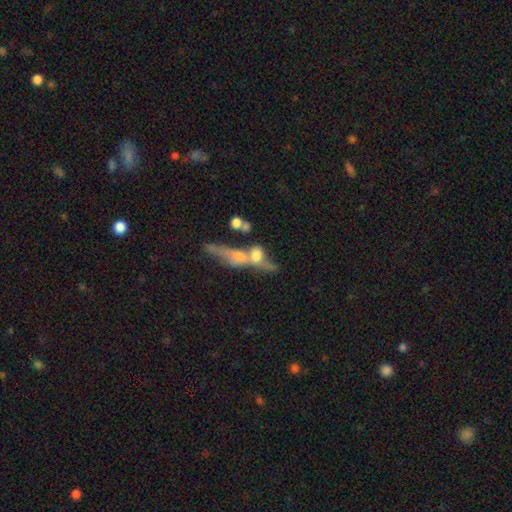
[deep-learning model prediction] A smooth galaxy with no disk features (47%). Merging: merger (70%).